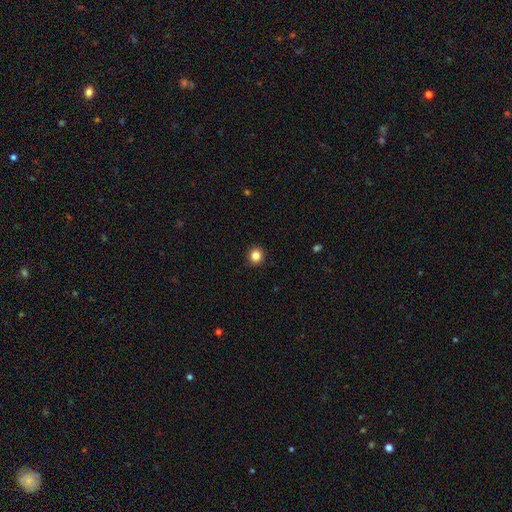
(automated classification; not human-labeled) smooth_or_featured: smooth (p=0.85) [alt: star or artifact p=0.11]
how_rounded: round (p=0.91) [alt: in between p=0.09]
merging: none (p=0.92) [alt: minor disturbance p=0.06]